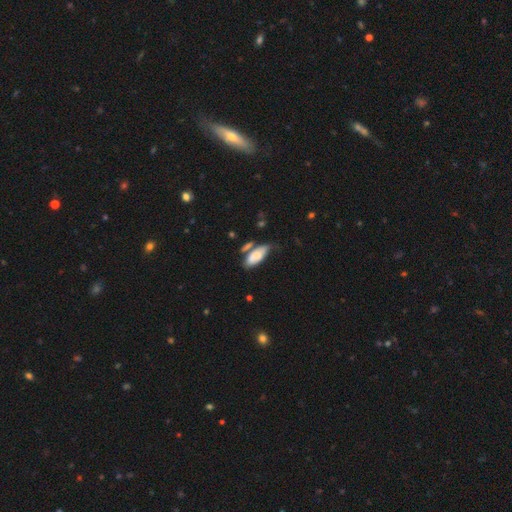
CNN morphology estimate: The model was most divided on "merging": none: 35%, minor disturbance: 29%, merger: 23%, major disturbance: 12%. More confident: how rounded — in between (86%); smooth or featured — smooth (74%).